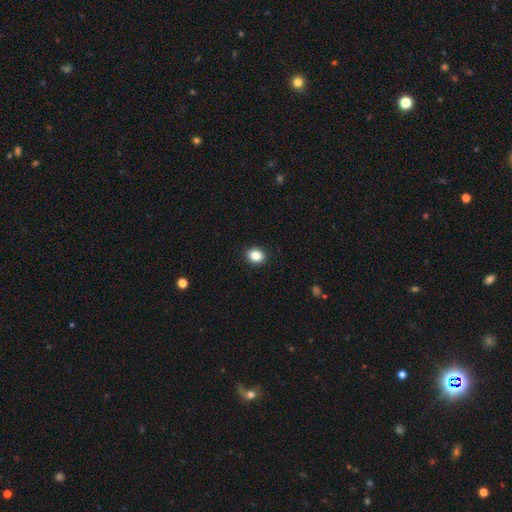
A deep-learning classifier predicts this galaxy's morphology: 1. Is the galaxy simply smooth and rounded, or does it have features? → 86% smooth, 9% star or artifact, 4% featured or disk.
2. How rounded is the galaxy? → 55% round, 44% in between, 1% cigar-shaped.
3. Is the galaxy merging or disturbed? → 91% none, 6% minor disturbance, 2% major disturbance, 1% merger.